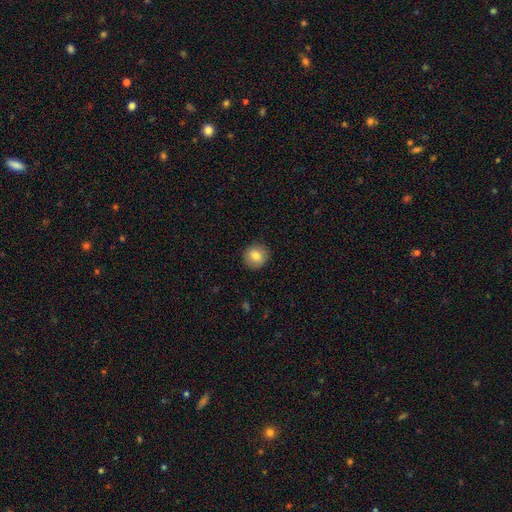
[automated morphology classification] type=smooth (83%); roundness=round (90%); merging=none (89%).